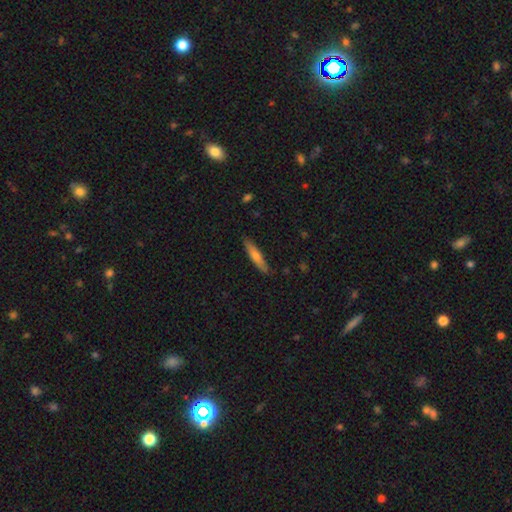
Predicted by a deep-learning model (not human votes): A smooth galaxy with no disk features (50%) that is cigar-shaped (90%).

Vote fractions:
- Smooth or featured? smooth: 50% / featured or disk: 43% / star or artifact: 6%
- How rounded? cigar-shaped: 90% / in between: 9% / round: 2%
- Merging? none: 88% / minor disturbance: 9% / major disturbance: 2% / merger: 1%